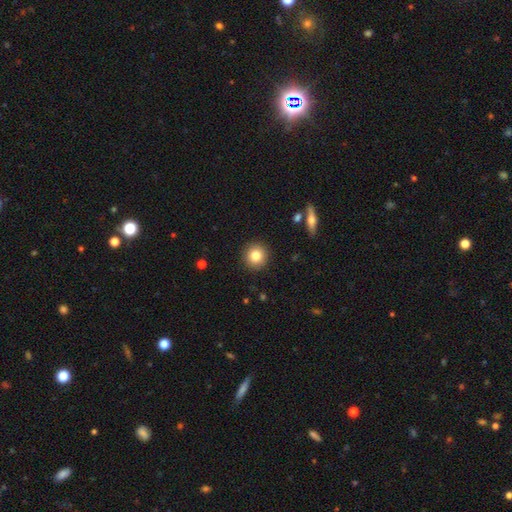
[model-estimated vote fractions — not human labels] Smooth or featured: smooth — 81% (star or artifact — 10%)
How rounded: round — 94% (in between — 5%)
Merging: none — 91% (minor disturbance — 6%)